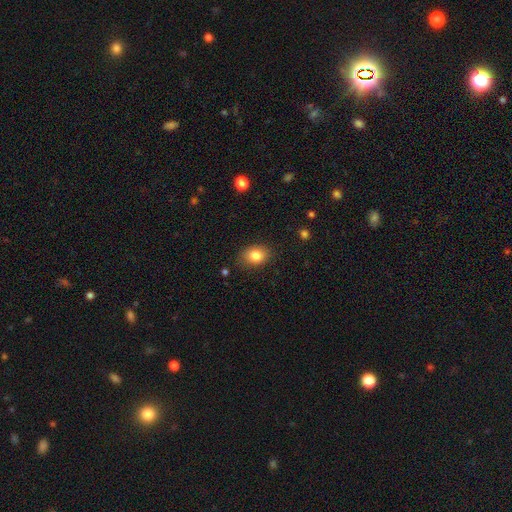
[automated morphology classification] A smooth galaxy with no disk features (82%) that is in between round and cigar-shaped (58%).

Vote fractions:
- Smooth or featured? smooth: 82% / star or artifact: 10% / featured or disk: 8%
- How rounded? in between: 58% / round: 41% / cigar-shaped: 1%
- Merging? none: 84% / minor disturbance: 12% / major disturbance: 3% / merger: 1%